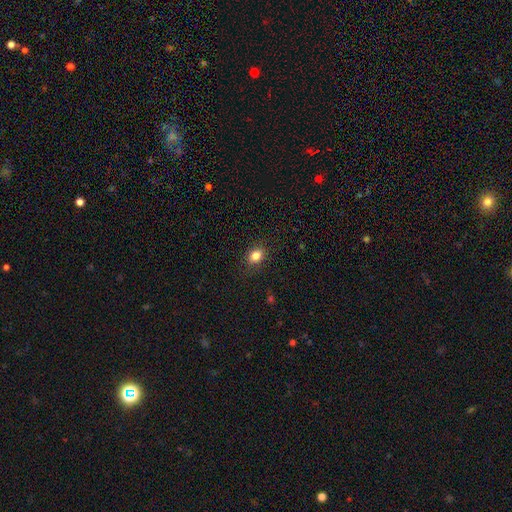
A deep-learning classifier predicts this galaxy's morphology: Q: Smooth or featured?
A: smooth (83%); runner-up: star or artifact (11%)
Q: How rounded?
A: in between (59%); runner-up: round (40%)
Q: Merging?
A: none (87%); runner-up: minor disturbance (10%)